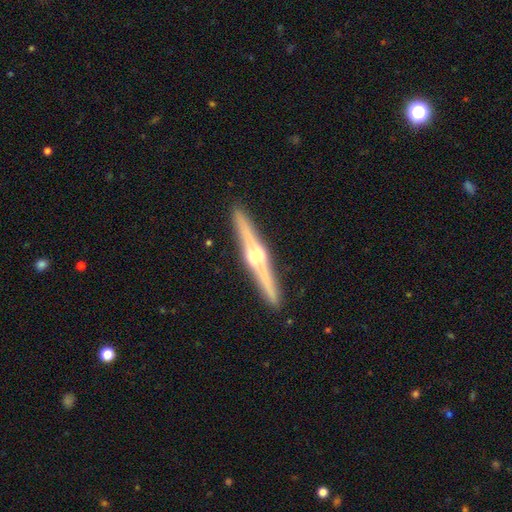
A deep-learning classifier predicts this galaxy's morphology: This appears to be a featured or disk galaxy (82%) viewed edge-on (98%) with a rounded central bulge (91%). Merging: none (92%).